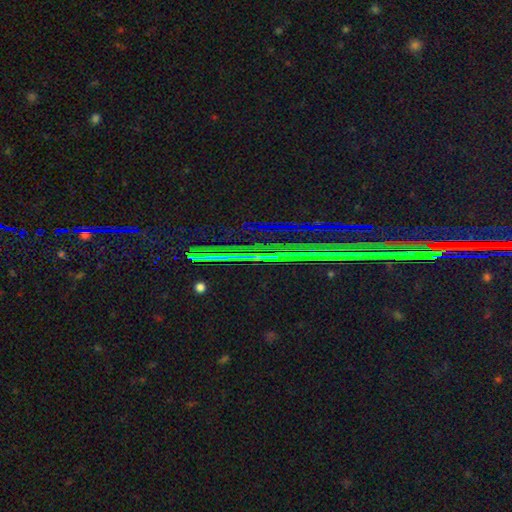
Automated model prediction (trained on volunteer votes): Morphology: type=star or artifact (87%).